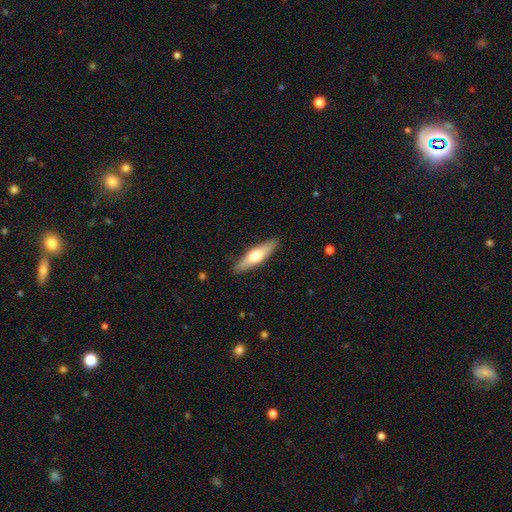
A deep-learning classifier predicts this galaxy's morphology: type=smooth (51%); roundness=cigar-shaped (66%); merging=none (89%).